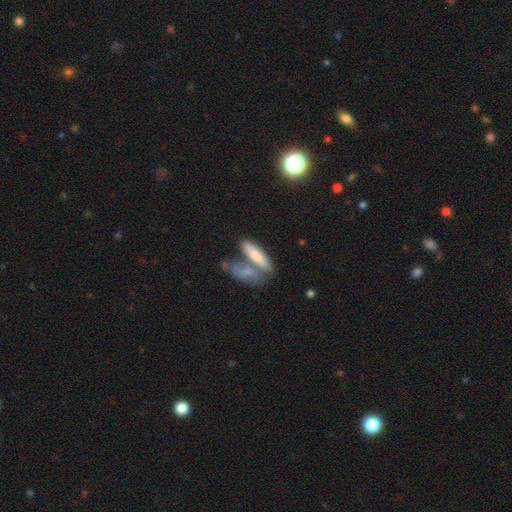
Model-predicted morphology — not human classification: type=smooth (73%); roundness=cigar-shaped (60%); merging=none (42%).